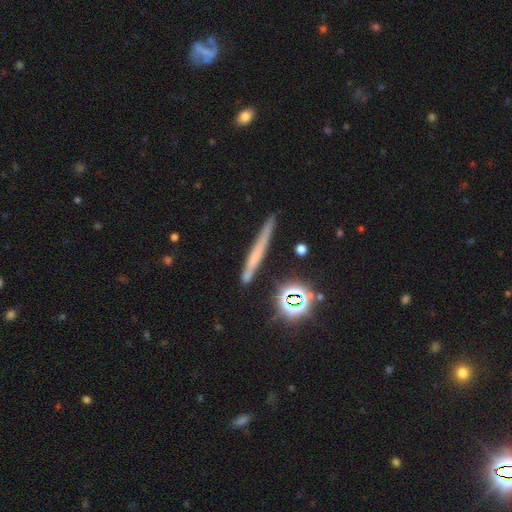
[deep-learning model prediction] smooth-or-featured: smooth: 45% | featured or disk: 37% | star or artifact: 18%
  merging: none: 84% | minor disturbance: 11% | merger: 3% | major disturbance: 3%